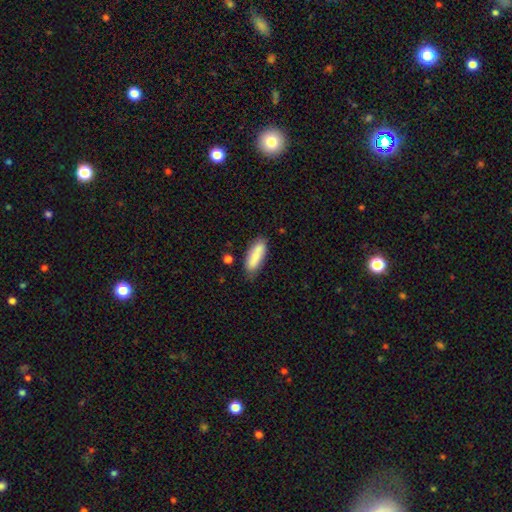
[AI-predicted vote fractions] smooth-or-featured: smooth: 83% | featured or disk: 10% | star or artifact: 6%
  how-rounded: in between: 62% | cigar-shaped: 36% | round: 2%
  merging: none: 73% | minor disturbance: 19% | merger: 4% | major disturbance: 4%